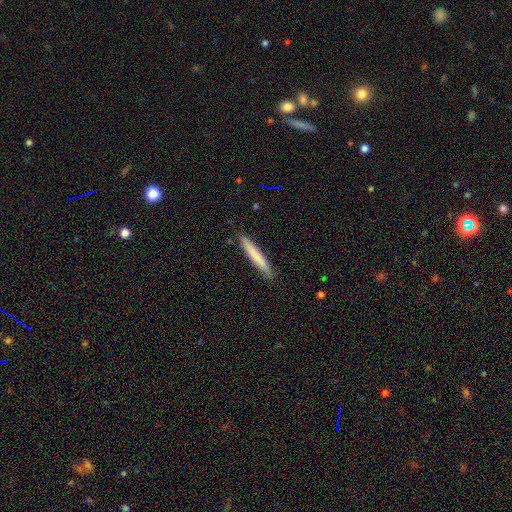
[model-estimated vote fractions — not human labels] Smooth or featured? Predicted: smooth (p=0.76). How rounded? Predicted: cigar-shaped (p=0.96). Merging? Predicted: none (p=0.90).